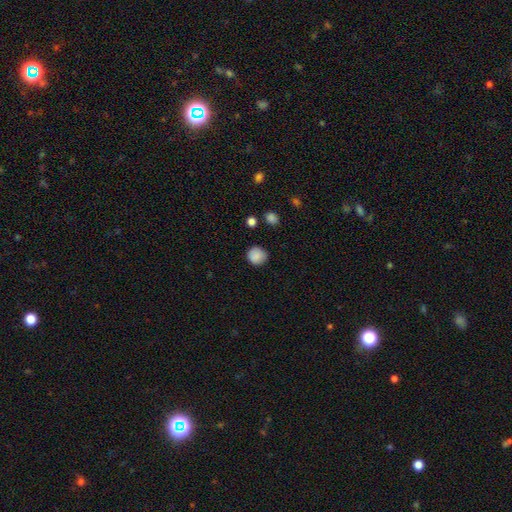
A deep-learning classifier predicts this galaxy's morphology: smooth 87%, star or artifact 9%, featured or disk 4%. Down the decision tree: how rounded — round (91%); merging — none (84%).